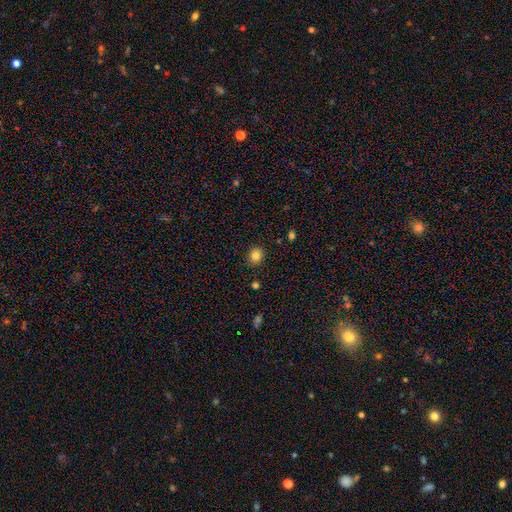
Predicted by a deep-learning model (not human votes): Smooth or featured?
  - smooth: 83% *
  - star or artifact: 12%
  - featured or disk: 6%
How rounded?
  - round: 76% *
  - in between: 23%
  - cigar-shaped: 1%
Merging?
  - none: 90% *
  - minor disturbance: 7%
  - major disturbance: 2%
  - merger: 1%